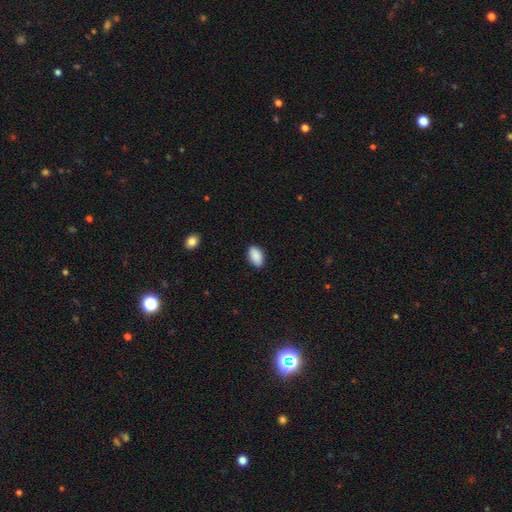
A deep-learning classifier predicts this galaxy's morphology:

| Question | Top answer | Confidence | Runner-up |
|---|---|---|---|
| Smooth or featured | smooth | 90% | star or artifact (6%) |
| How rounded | in between | 94% | round (4%) |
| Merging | none | 88% | minor disturbance (9%) |